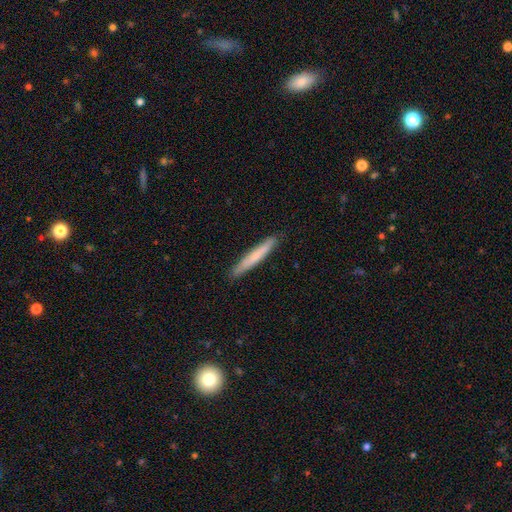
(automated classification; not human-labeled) Q: Smooth or featured?
A: smooth (63%); runner-up: featured or disk (32%)
Q: How rounded?
A: cigar-shaped (96%); runner-up: in between (3%)
Q: Merging?
A: none (90%); runner-up: minor disturbance (8%)